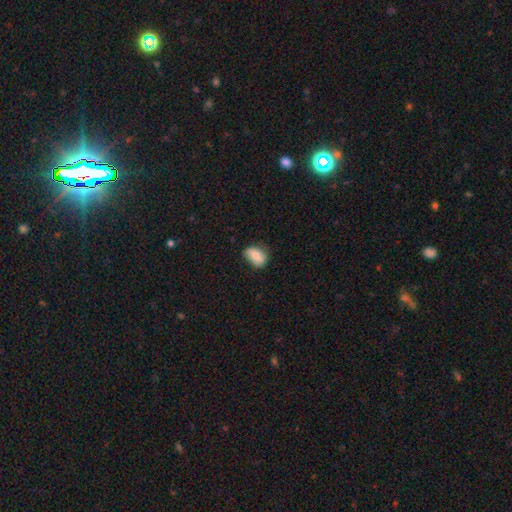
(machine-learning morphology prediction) This appears to be a smooth galaxy with no disk features (77%) that is in between round and cigar-shaped (81%). Merging: none (63%).